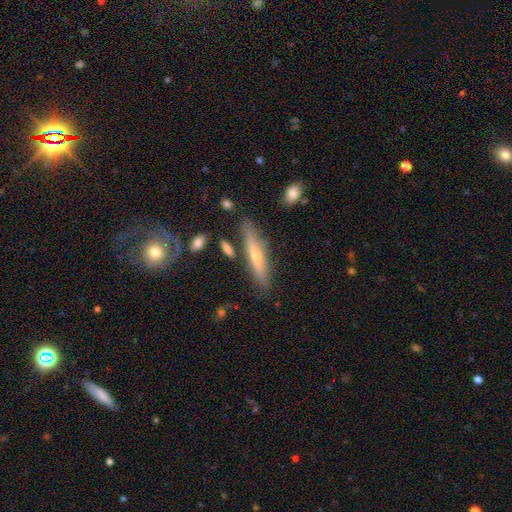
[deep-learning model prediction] Morphology: type=featured or disk (56%); edge-on=yes (89%); merging=none (80%).